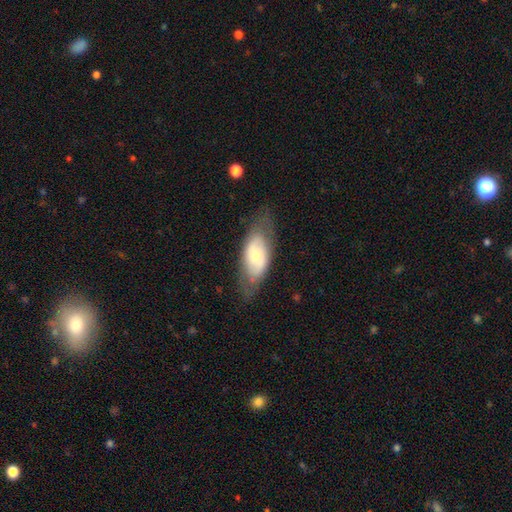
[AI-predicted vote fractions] smooth_or_featured: smooth (p=0.48) [alt: featured or disk p=0.45]
merging: none (p=0.70) [alt: minor disturbance p=0.20]